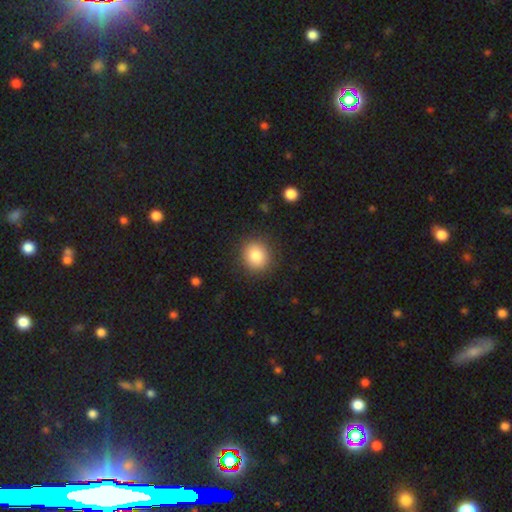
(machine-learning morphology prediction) This is clearly a smooth galaxy (84%). How rounded: clearly round (81%). Merging: clearly none (89%).